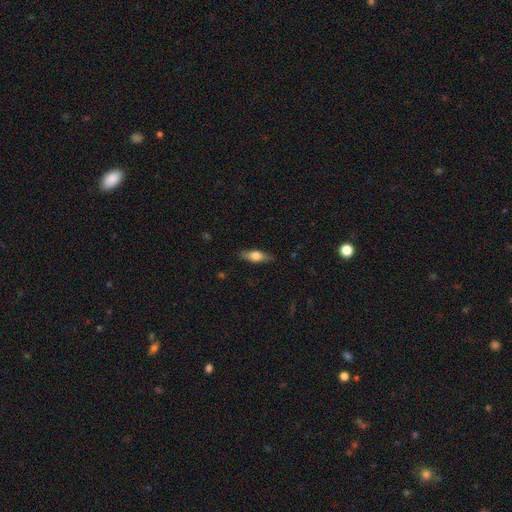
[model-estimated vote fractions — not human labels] A smooth galaxy with no disk features (59%) that is in between round and cigar-shaped (57%). Merging: none (85%).